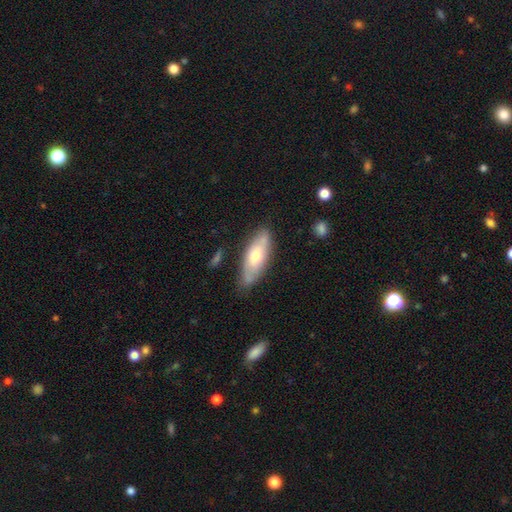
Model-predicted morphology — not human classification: Overall: smooth (53%; featured or disk 42%). How rounded: in between (71%). Merging: none (73%).